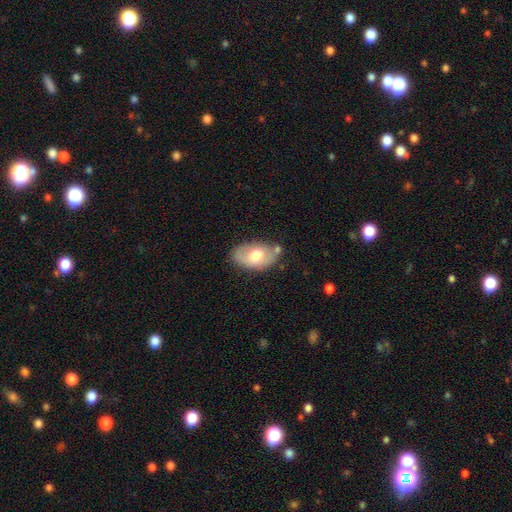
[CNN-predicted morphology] This is likely a smooth galaxy (64%). How rounded: clearly in between (90%). Merging: likely none (63%).